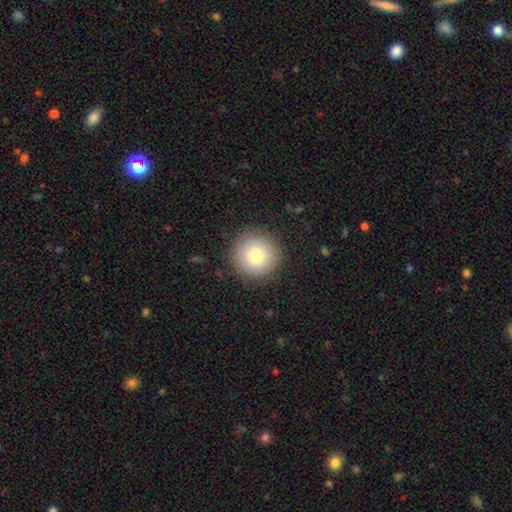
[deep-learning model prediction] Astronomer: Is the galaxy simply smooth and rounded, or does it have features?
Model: smooth — 80%.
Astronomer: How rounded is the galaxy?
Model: round — 96%.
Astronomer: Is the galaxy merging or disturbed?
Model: none — 91%.